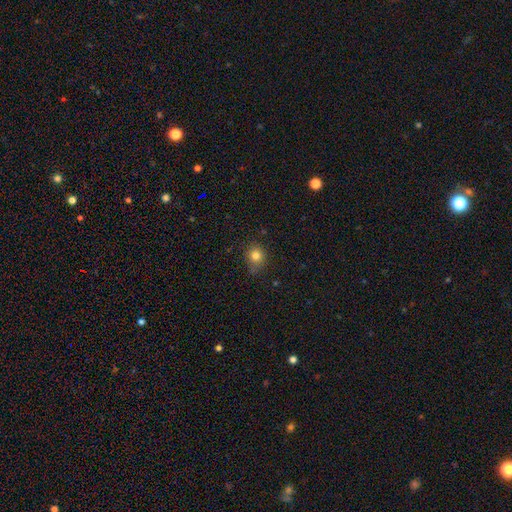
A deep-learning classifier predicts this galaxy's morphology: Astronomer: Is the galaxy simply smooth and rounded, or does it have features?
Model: smooth — 81%.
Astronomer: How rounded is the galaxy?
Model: round — 78%.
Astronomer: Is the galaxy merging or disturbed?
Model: none — 74%.